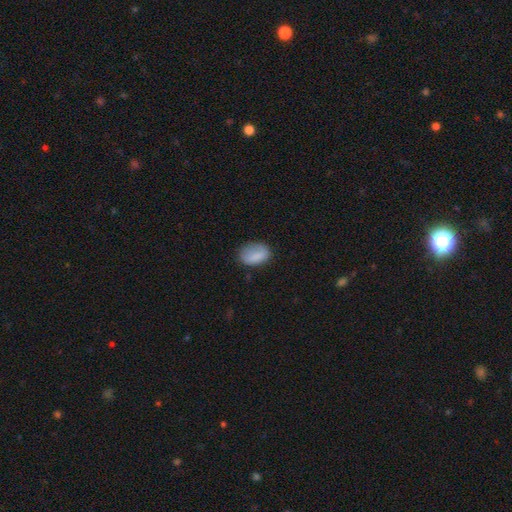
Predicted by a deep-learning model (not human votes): Q: Smooth or featured?
A: smooth (83%); runner-up: featured or disk (9%)
Q: How rounded?
A: in between (85%); runner-up: round (14%)
Q: Merging?
A: none (66%); runner-up: minor disturbance (24%)